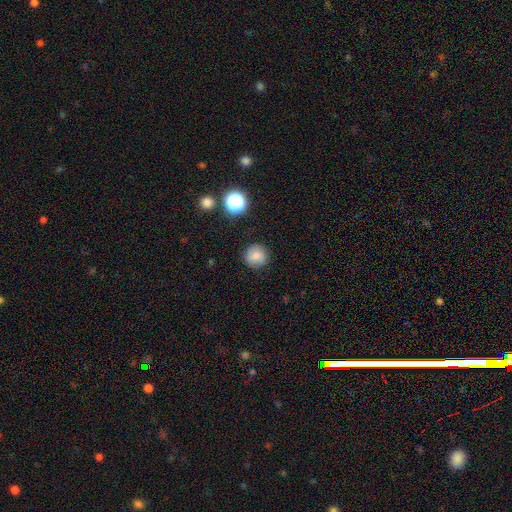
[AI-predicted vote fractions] Smooth or featured? Predicted: smooth (p=0.77). How rounded? Predicted: round (p=0.94). Merging? Predicted: none (p=0.88).